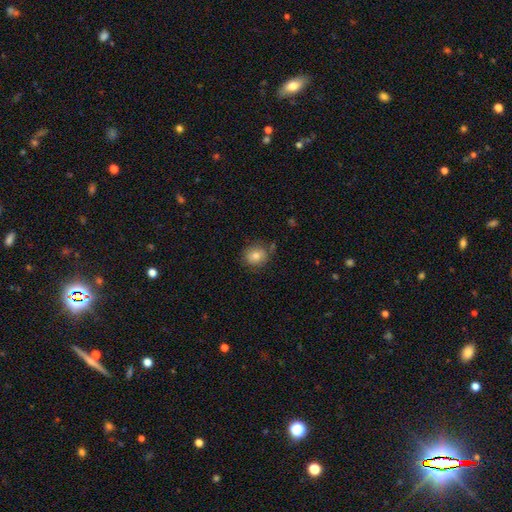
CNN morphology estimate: Smooth or featured? Predicted: smooth (p=0.79). How rounded? Predicted: round (p=0.79). Merging? Predicted: none (p=0.79).